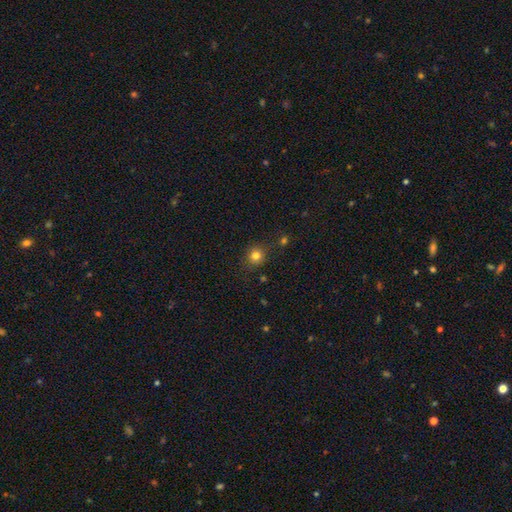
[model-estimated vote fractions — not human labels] This appears to be a smooth galaxy with no disk features (79%) that is round (88%). Merging: none (83%).